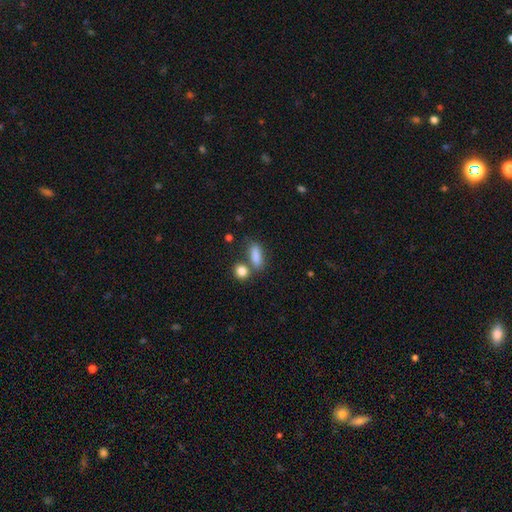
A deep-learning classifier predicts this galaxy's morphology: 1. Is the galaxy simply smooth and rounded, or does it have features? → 84% smooth, 8% star or artifact, 7% featured or disk.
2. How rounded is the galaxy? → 65% in between, 25% cigar-shaped, 10% round.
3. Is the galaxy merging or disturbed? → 56% none, 23% merger, 15% minor disturbance, 6% major disturbance.